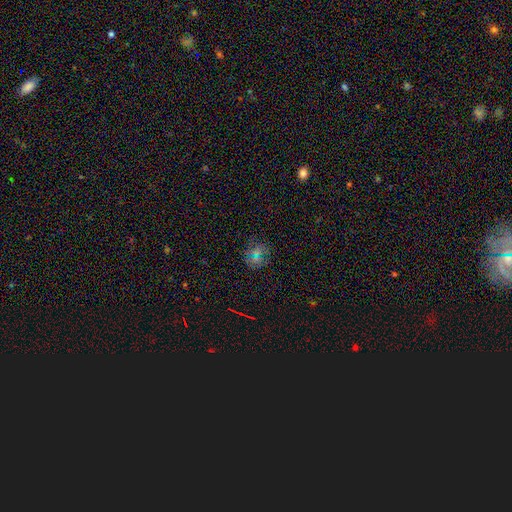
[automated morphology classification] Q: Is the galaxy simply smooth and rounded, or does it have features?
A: smooth — 45%.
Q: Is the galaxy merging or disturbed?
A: none — 77%.